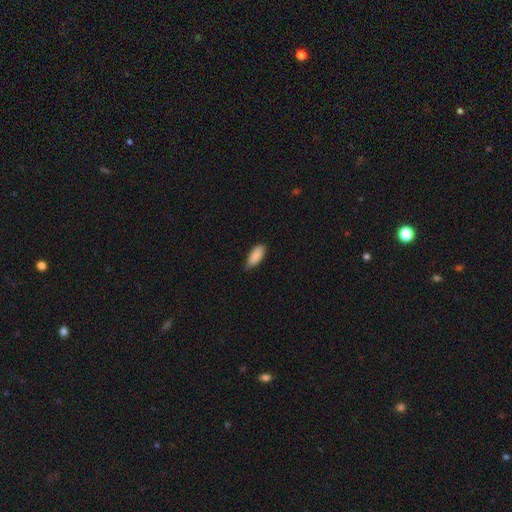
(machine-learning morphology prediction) Smooth or featured?
  - smooth: 88% *
  - star or artifact: 6%
  - featured or disk: 6%
How rounded?
  - in between: 86% *
  - cigar-shaped: 12%
  - round: 2%
Merging?
  - none: 67% *
  - minor disturbance: 29%
  - major disturbance: 3%
  - merger: 1%